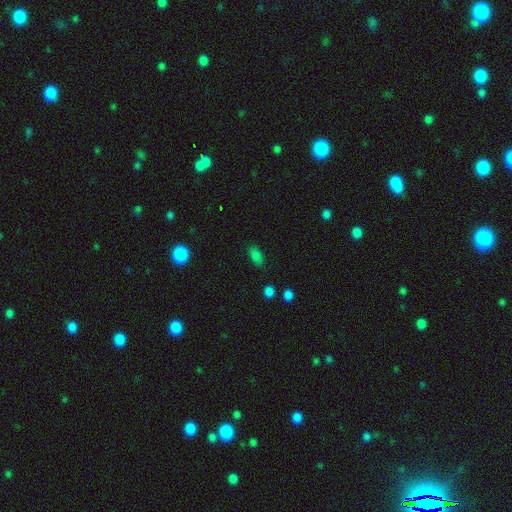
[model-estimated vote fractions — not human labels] Smooth or featured?
  - smooth: 81% *
  - star or artifact: 13%
  - featured or disk: 6%
How rounded?
  - in between: 88% *
  - round: 8%
  - cigar-shaped: 4%
Merging?
  - none: 82% *
  - minor disturbance: 12%
  - major disturbance: 3%
  - merger: 2%